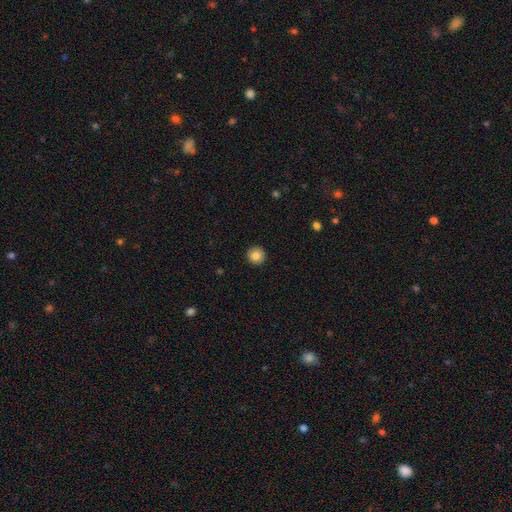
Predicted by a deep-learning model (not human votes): A smooth galaxy with no disk features (83%) that is round (95%).

Vote fractions:
- Smooth or featured? smooth: 83% / star or artifact: 9% / featured or disk: 8%
- How rounded? round: 95% / in between: 4% / cigar-shaped: 1%
- Merging? none: 92% / minor disturbance: 5% / major disturbance: 1% / merger: 1%